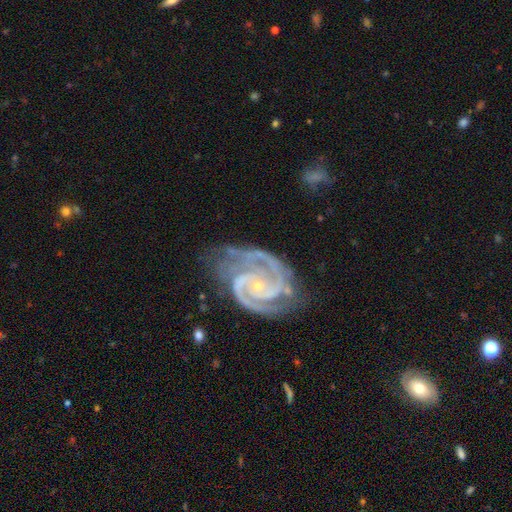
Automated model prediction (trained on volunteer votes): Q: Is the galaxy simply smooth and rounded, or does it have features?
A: featured or disk — 94%.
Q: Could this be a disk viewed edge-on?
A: no — 98%.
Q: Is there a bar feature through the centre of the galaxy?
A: no — 65%.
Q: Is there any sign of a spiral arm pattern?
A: yes — 99%.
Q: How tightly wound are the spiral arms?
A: tight — 56%.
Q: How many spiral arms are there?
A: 2 — 71%.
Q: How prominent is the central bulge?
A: small — 80%.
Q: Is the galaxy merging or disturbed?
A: none — 63%.